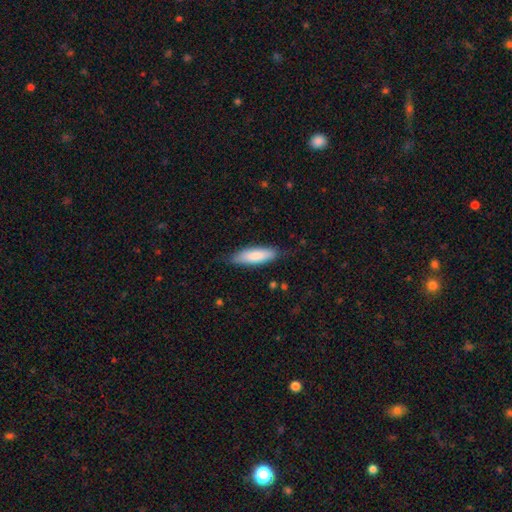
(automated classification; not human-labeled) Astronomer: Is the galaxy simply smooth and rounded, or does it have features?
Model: smooth — 84%.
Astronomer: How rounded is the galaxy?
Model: cigar-shaped — 49%, tied with in between at 49%.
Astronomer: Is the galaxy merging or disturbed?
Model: none — 79%.